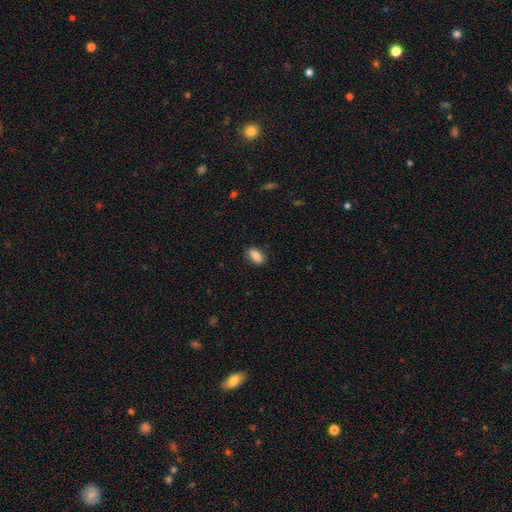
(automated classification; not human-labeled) Smooth or featured? Predicted: smooth (p=0.84). How rounded? Predicted: in between (p=0.88). Merging? Predicted: none (p=0.87).